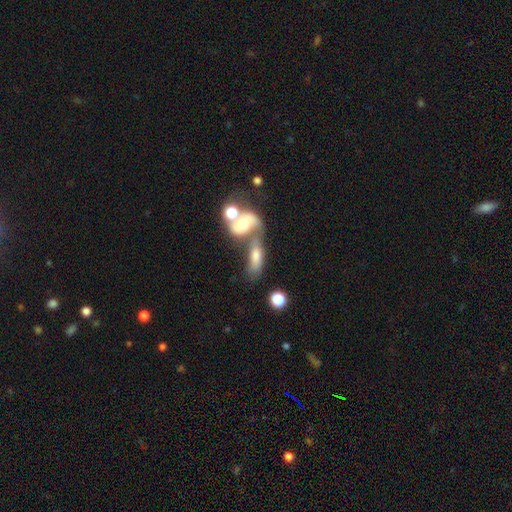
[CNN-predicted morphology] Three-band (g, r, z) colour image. It shows a smooth galaxy with no disk features (52%) that is in between round and cigar-shaped (68%). Merging: merger (60%).